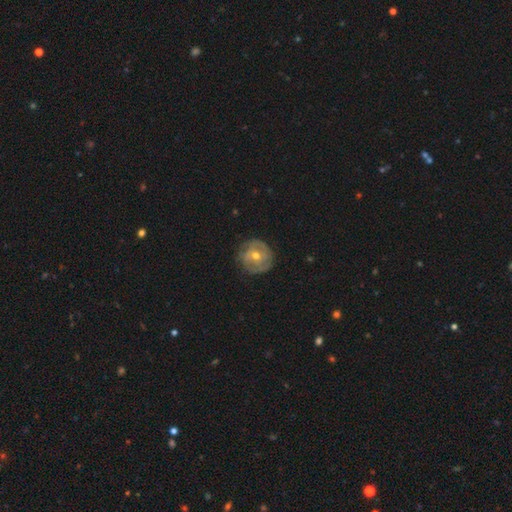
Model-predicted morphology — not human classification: This is likely a featured or disk galaxy (69%). It is clearly not viewed edge-on (97%). Bar: likely no (63%). Spiral arm pattern: likely yes (74%). Central bulge: likely moderate (65%). Merging: likely none (76%).